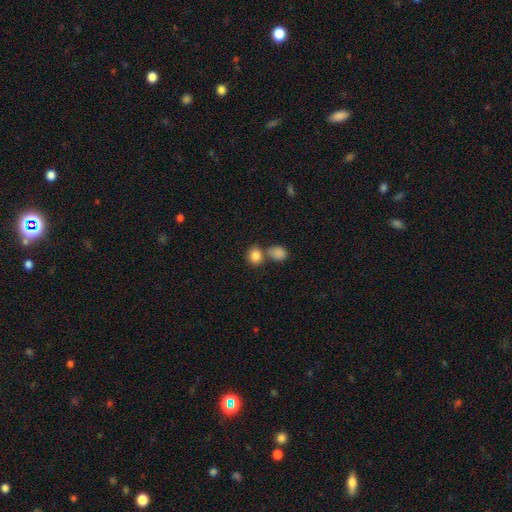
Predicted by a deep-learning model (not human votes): Morphology: type=smooth (84%); roundness=round (61%); merging=none (51%).